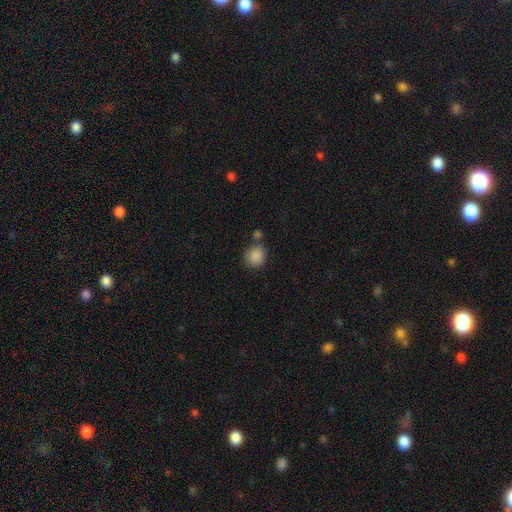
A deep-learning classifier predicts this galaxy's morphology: Q: Smooth or featured?
A: smooth (88%); runner-up: star or artifact (8%)
Q: How rounded?
A: round (77%); runner-up: in between (22%)
Q: Merging?
A: none (67%); runner-up: merger (15%)